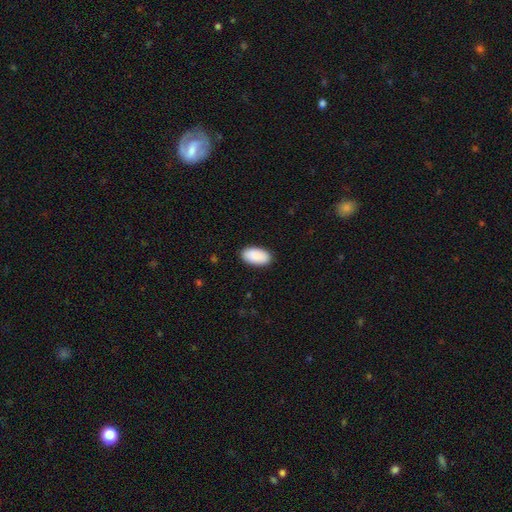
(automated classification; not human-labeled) Smooth or featured? Predicted: smooth (p=0.92). How rounded? Predicted: in between (p=0.96). Merging? Predicted: none (p=0.89).